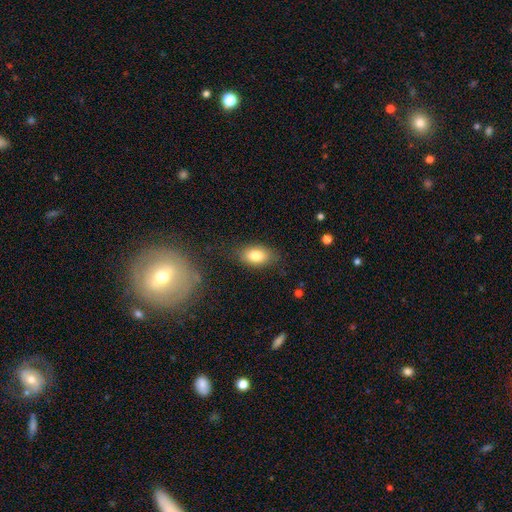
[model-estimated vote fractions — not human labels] Smooth or featured? Predicted: smooth (p=0.81). How rounded? Predicted: in between (p=0.88). Merging? Predicted: none (p=0.79).